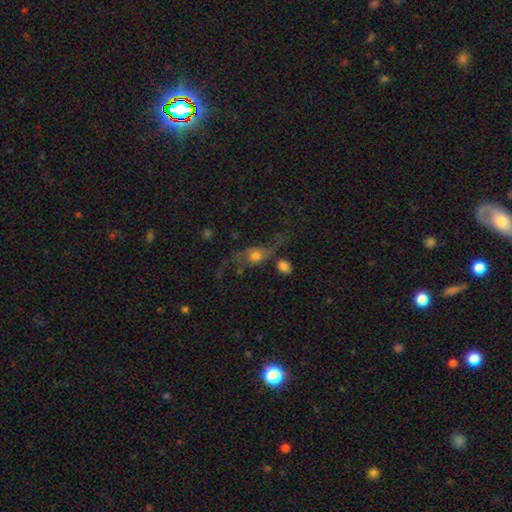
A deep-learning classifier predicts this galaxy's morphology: This appears to be a featured or disk galaxy (49%). Merging: none (39%).